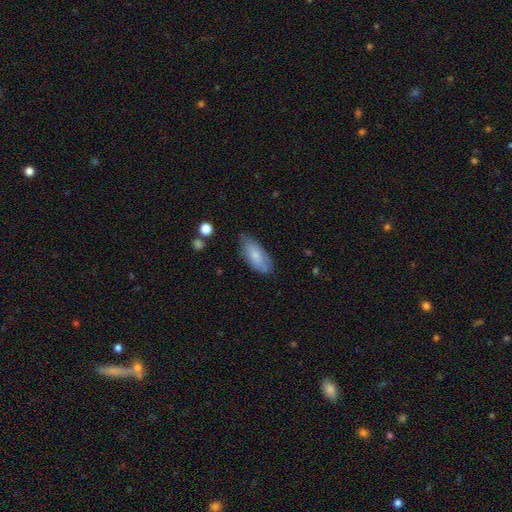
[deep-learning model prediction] smooth_or_featured: smooth (p=0.74) [alt: featured or disk p=0.20]
how_rounded: in between (p=0.84) [alt: cigar-shaped p=0.14]
merging: none (p=0.66) [alt: minor disturbance p=0.27]